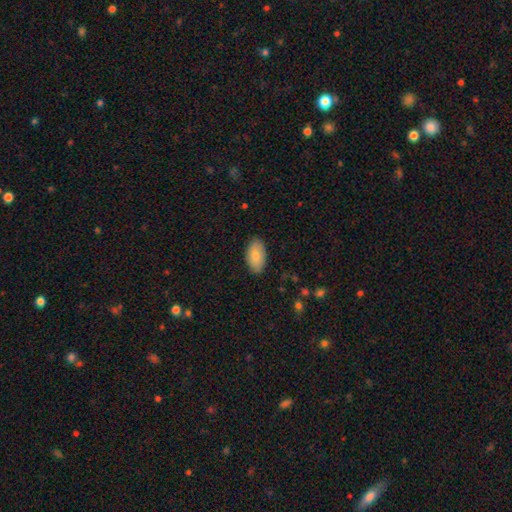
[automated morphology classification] The model was most divided on "smooth or featured": smooth: 80%, featured or disk: 14%, star or artifact: 6%. More confident: how rounded — in between (94%); merging — none (86%).